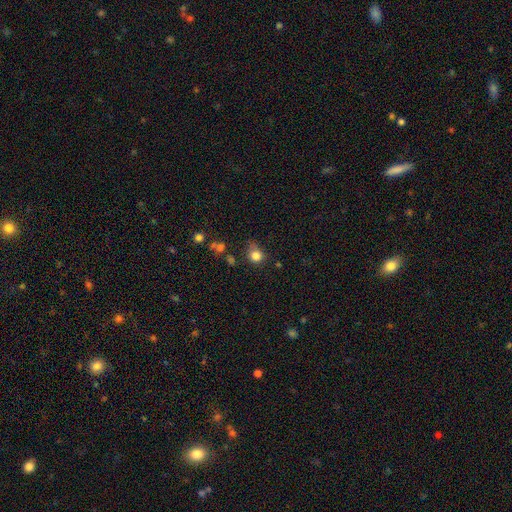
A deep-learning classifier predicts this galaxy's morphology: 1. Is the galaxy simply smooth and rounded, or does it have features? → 81% smooth, 12% star or artifact, 7% featured or disk.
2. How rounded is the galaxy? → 76% round, 23% in between, 1% cigar-shaped.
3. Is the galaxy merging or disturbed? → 55% none, 29% minor disturbance, 11% major disturbance, 5% merger.